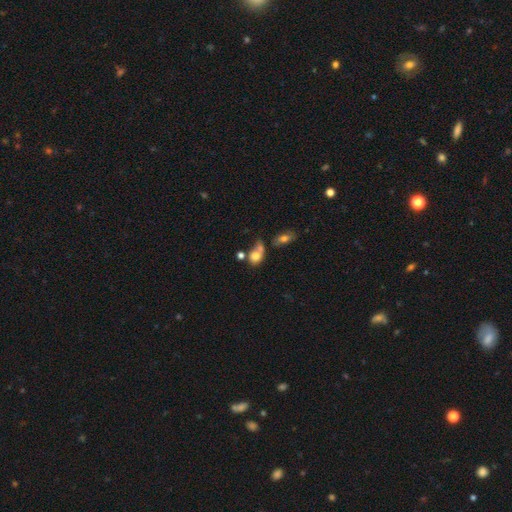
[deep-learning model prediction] Smooth or featured? Predicted: smooth (p=0.76). How rounded? Predicted: round (p=0.51). Merging? Predicted: merger (p=0.45).